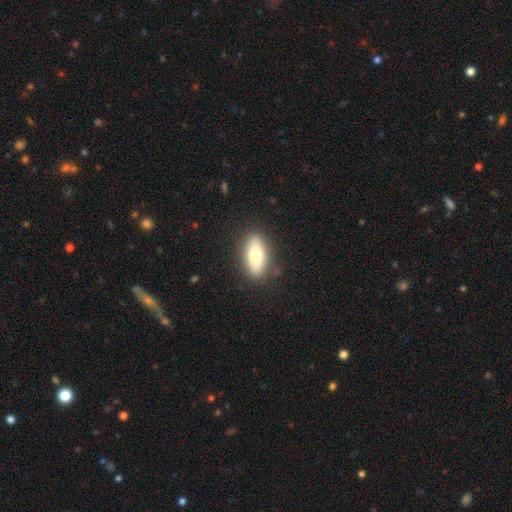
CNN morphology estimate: The model was most divided on "smooth or featured": smooth: 72%, featured or disk: 21%, star or artifact: 7%. More confident: merging — none (84%); how rounded — in between (81%).